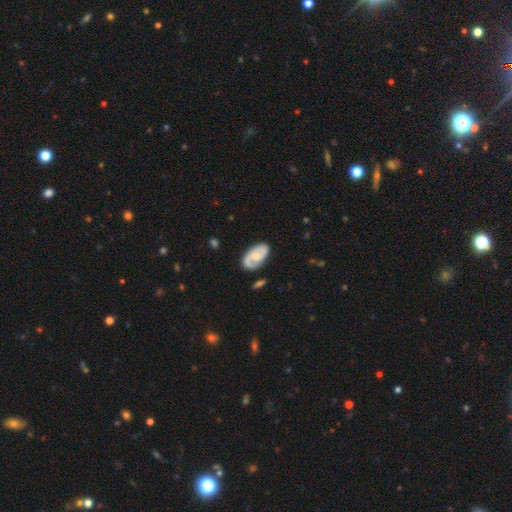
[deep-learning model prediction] This appears to be a featured or disk galaxy (71%) with no bar (58%), 2 (83%) medium (45%) spiral arms (94%) and a small central bulge (45%). Merging: none (77%).